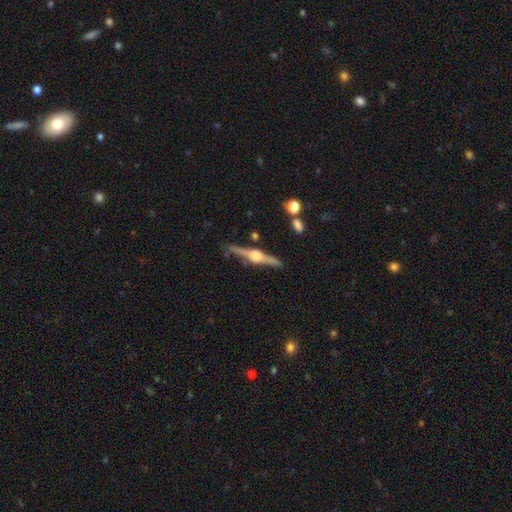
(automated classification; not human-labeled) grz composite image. It shows a featured or disk galaxy (84%) viewed edge-on (98%) with a rounded central bulge (90%). Merging: none (86%).